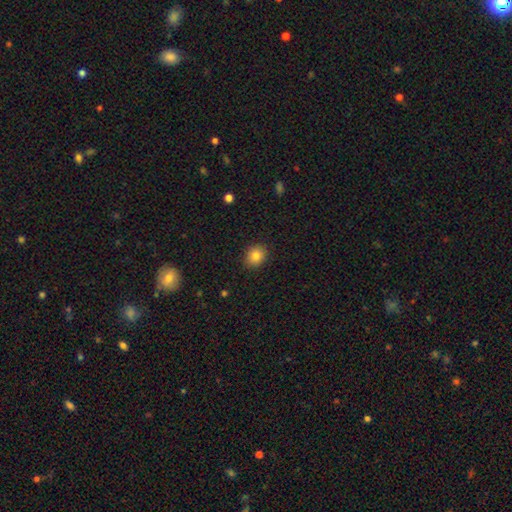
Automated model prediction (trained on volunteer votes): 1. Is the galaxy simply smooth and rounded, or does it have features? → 84% smooth, 10% star or artifact, 6% featured or disk.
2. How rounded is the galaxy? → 61% round, 38% in between, 1% cigar-shaped.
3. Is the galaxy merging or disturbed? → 89% none, 8% minor disturbance, 2% major disturbance, 1% merger.